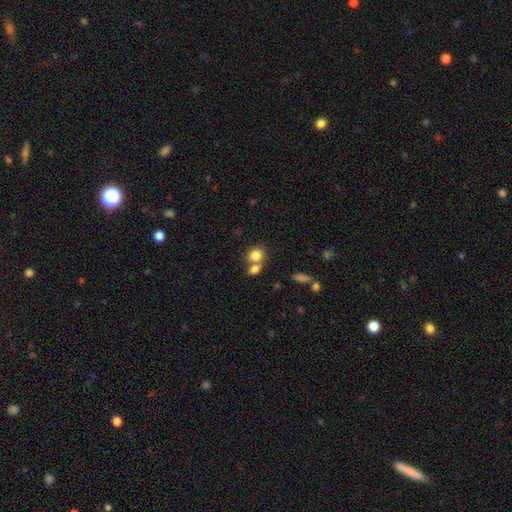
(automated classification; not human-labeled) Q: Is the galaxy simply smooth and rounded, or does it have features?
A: smooth — 82%.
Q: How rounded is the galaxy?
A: round — 70%.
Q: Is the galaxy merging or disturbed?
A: merger — 44%, tied with none.